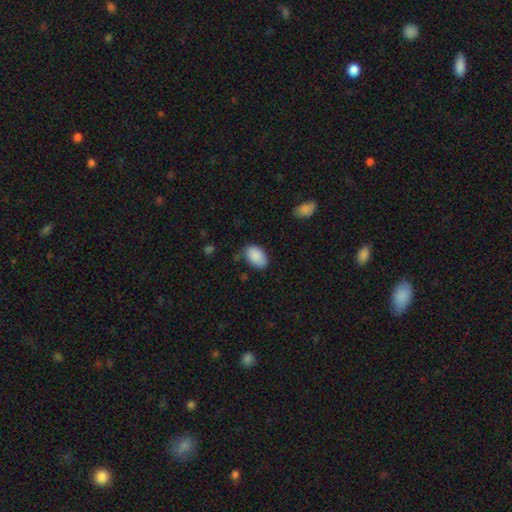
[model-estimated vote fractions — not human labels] Smooth or featured: smooth — 89% (star or artifact — 7%)
How rounded: in between — 90% (round — 9%)
Merging: none — 69% (minor disturbance — 24%)